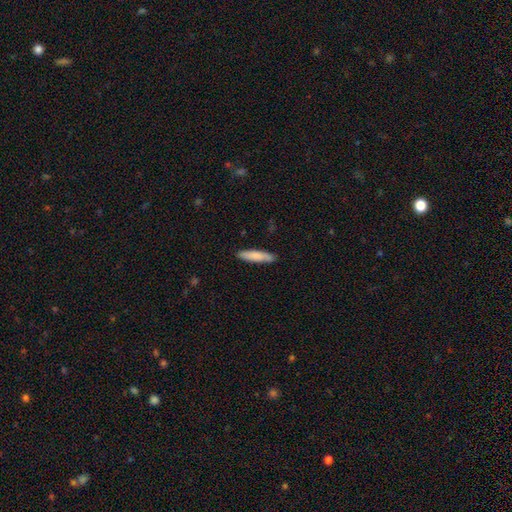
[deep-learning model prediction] Q: Smooth or featured?
A: smooth (81%); runner-up: featured or disk (14%)
Q: How rounded?
A: cigar-shaped (80%); runner-up: in between (19%)
Q: Merging?
A: none (85%); runner-up: minor disturbance (12%)